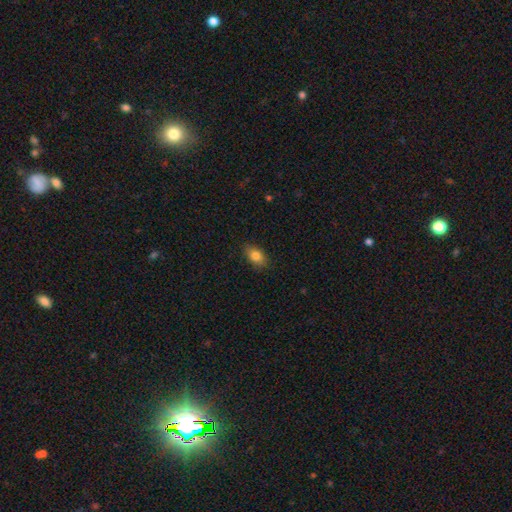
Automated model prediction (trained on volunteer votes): Overall: smooth (82%). How rounded: in between (86%). Merging: none (83%).